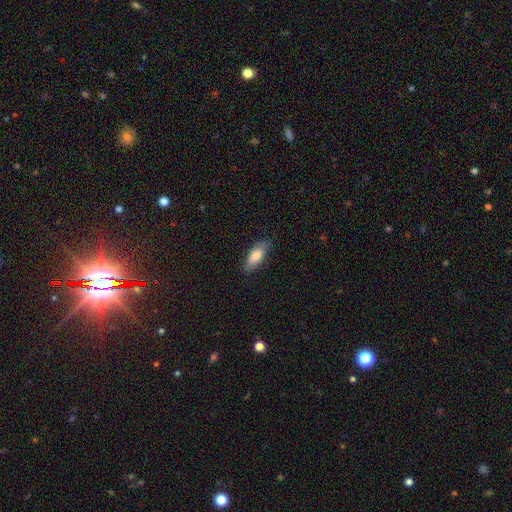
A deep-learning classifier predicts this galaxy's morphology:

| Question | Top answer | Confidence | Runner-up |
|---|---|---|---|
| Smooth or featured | smooth | 79% | featured or disk (15%) |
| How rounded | in between | 78% | cigar-shaped (20%) |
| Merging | none | 77% | minor disturbance (18%) |